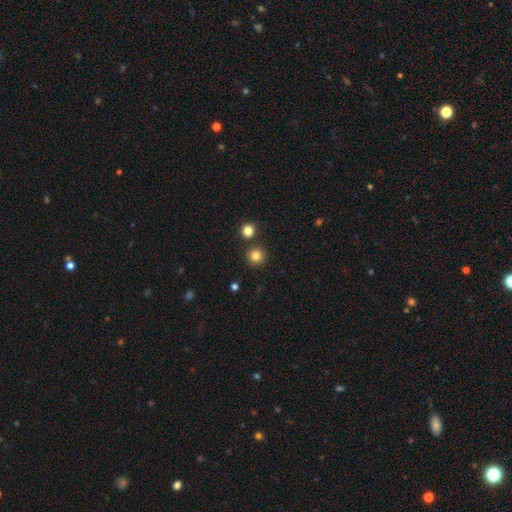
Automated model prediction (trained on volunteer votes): Morphology: type=smooth (82%); roundness=round (95%); merging=none (86%).